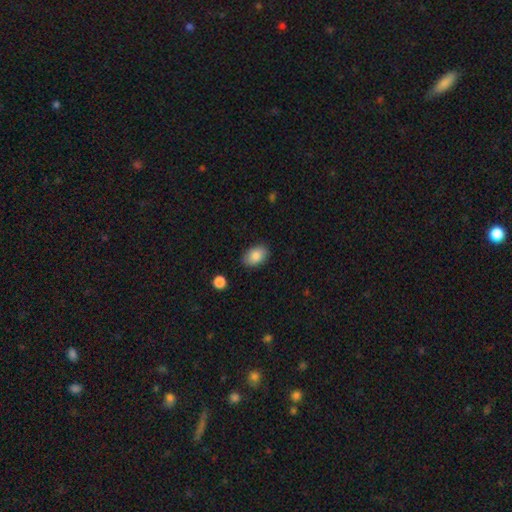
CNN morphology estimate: A smooth galaxy with no disk features (87%) that is in between round and cigar-shaped (87%). Merging: none (85%).